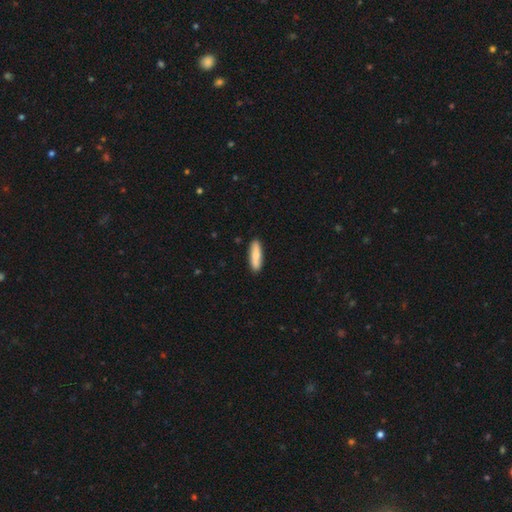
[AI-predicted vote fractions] A smooth galaxy with no disk features (78%) that is cigar-shaped (70%). Merging: none (89%).